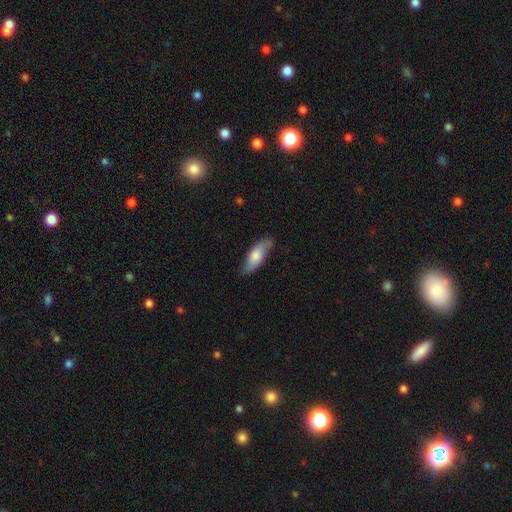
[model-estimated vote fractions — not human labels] The model was most divided on "how rounded": in between: 61%, cigar-shaped: 36%, round: 2%. More confident: merging — none (75%); smooth or featured — smooth (63%).